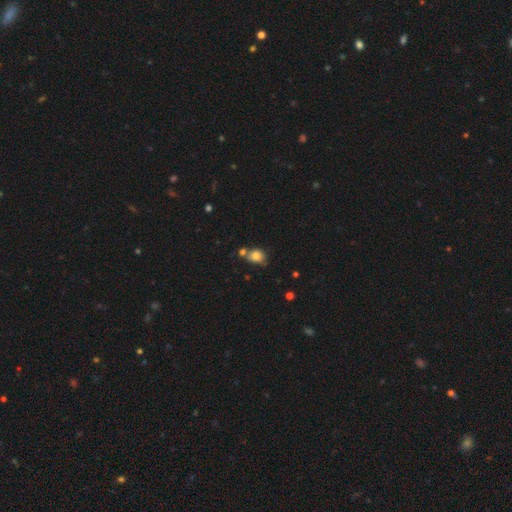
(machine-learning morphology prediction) This appears to be a smooth galaxy with no disk features (79%) that is round (56%). Merging: none (52%).